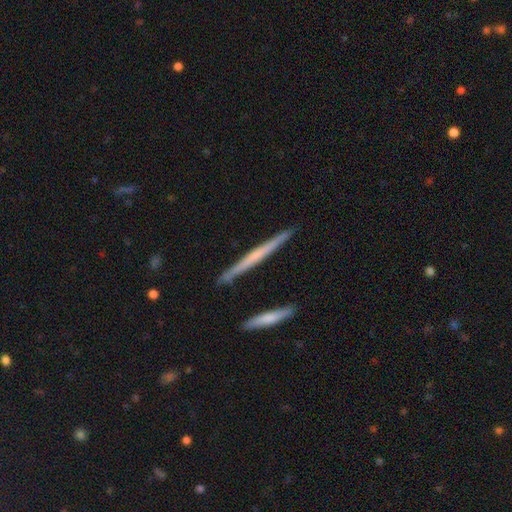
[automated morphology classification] Smooth or featured?
  - featured or disk: 55% *
  - smooth: 40%
  - star or artifact: 5%
Edge-on disk?
  - yes: 97% *
  - no: 3%
Edge-on bulge?
  - none: 77% *
  - rounded: 17%
  - boxy: 7%
Merging?
  - none: 89% *
  - minor disturbance: 7%
  - merger: 2%
  - major disturbance: 1%